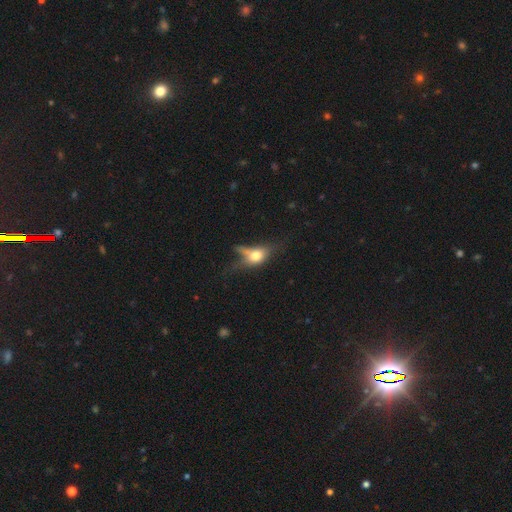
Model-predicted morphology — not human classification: Smooth or featured: smooth — 60% (featured or disk — 29%)
How rounded: in between — 67% (round — 20%)
Merging: none — 34% (major disturbance — 28%)